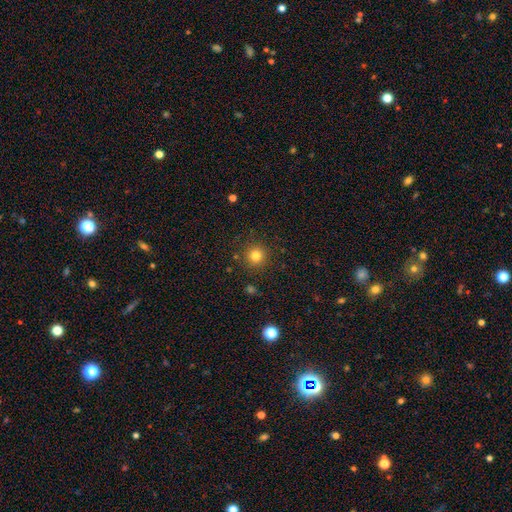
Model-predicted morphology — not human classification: Smooth or featured? Predicted: smooth (p=0.81). How rounded? Predicted: round (p=0.94). Merging? Predicted: none (p=0.89).